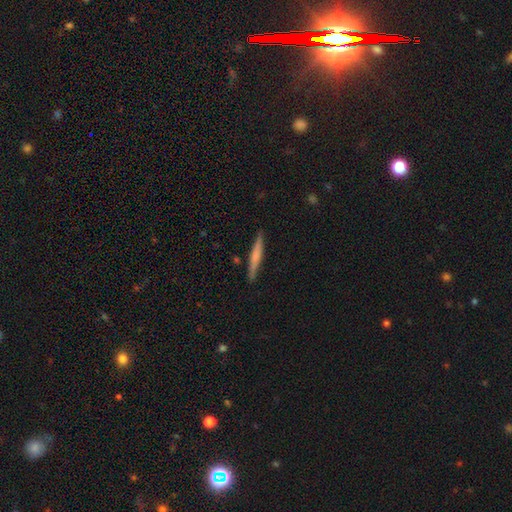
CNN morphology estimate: Q: Smooth or featured?
A: smooth (55%); runner-up: featured or disk (39%)
Q: How rounded?
A: cigar-shaped (95%); runner-up: in between (3%)
Q: Merging?
A: none (89%); runner-up: minor disturbance (8%)